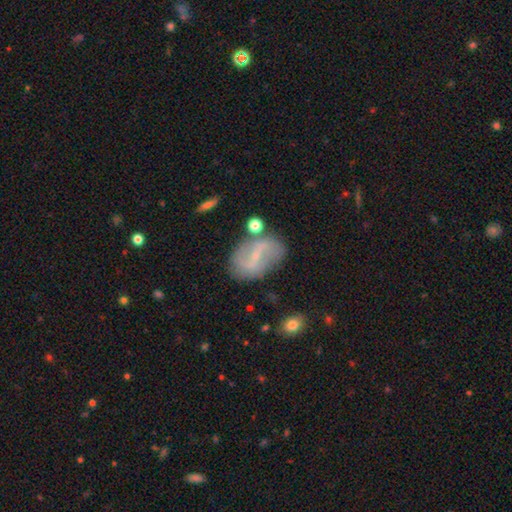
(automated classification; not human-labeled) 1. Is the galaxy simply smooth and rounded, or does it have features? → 68% featured or disk, 24% smooth, 8% star or artifact.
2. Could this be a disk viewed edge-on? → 95% no, 5% yes.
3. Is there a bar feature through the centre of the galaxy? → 45% weak, 35% strong, 19% no.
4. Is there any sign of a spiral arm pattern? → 78% yes, 22% no.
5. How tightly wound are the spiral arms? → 58% loose, 30% medium, 12% tight.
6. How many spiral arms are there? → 85% 2, 9% can't tell, 2% 1, 1% 3, 1% 4, 1% more than 4.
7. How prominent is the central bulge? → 71% small, 16% none, 12% moderate, 1% large, 1% dominant.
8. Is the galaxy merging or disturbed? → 72% none, 17% minor disturbance, 6% major disturbance, 5% merger.